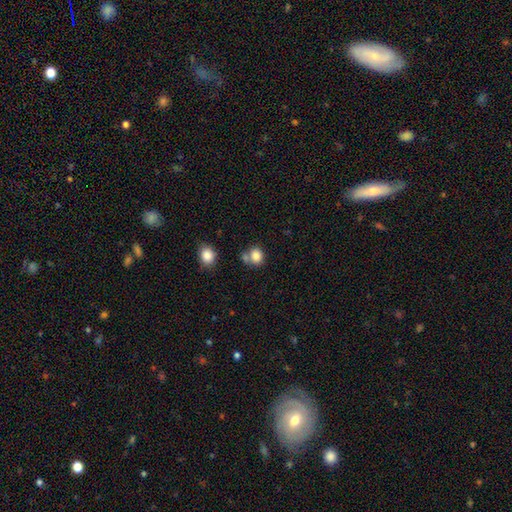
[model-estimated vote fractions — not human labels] Q: Smooth or featured?
A: smooth (83%); runner-up: star or artifact (10%)
Q: How rounded?
A: round (63%); runner-up: in between (36%)
Q: Merging?
A: none (52%); runner-up: merger (30%)